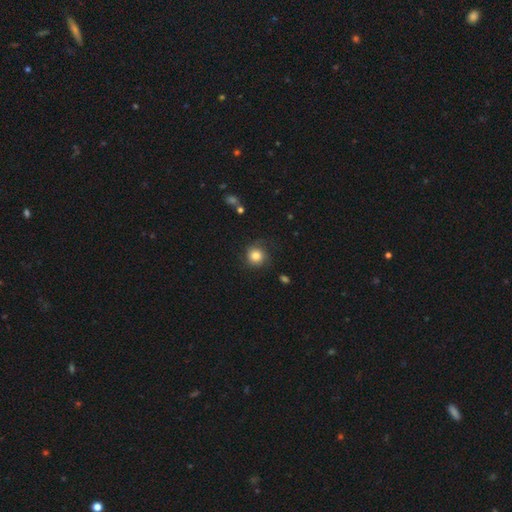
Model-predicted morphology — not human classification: Smooth or featured? Predicted: smooth (p=0.79). How rounded? Predicted: round (p=0.91). Merging? Predicted: none (p=0.73).